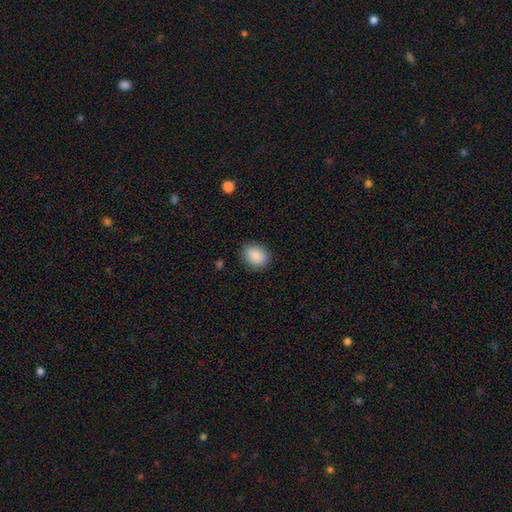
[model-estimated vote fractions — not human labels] Smooth or featured? smooth (88%)
How rounded? round (52%)
Merging? none (85%)